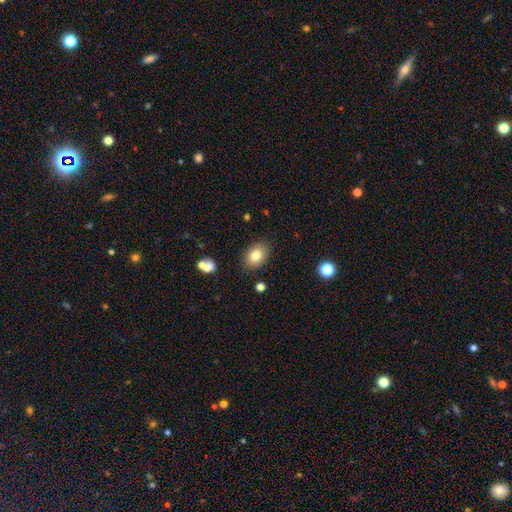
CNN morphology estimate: Q: Smooth or featured?
A: smooth (81%); runner-up: featured or disk (10%)
Q: How rounded?
A: in between (76%); runner-up: round (23%)
Q: Merging?
A: none (86%); runner-up: minor disturbance (10%)